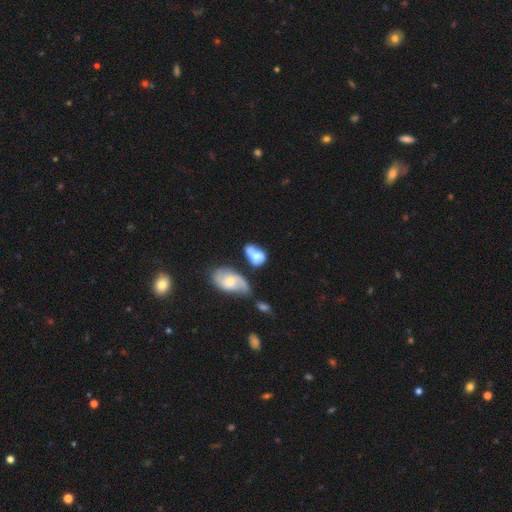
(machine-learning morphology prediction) This is likely a smooth galaxy (62%). How rounded: clearly in between (82%). Merging: marginally merger (30%).